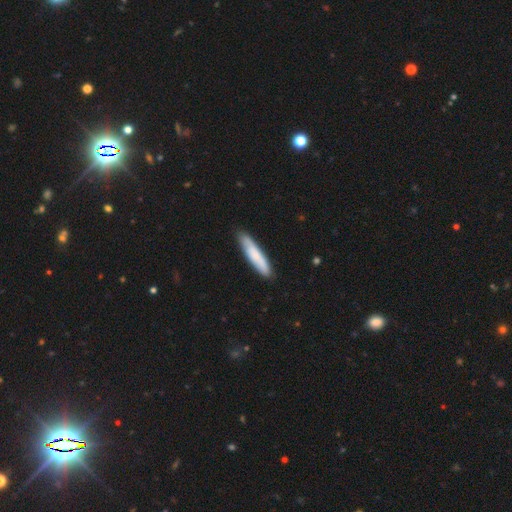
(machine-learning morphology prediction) Smooth or featured?
  - smooth: 74% *
  - featured or disk: 21%
  - star or artifact: 5%
How rounded?
  - cigar-shaped: 86% *
  - in between: 13%
  - round: 1%
Merging?
  - none: 84% *
  - minor disturbance: 13%
  - major disturbance: 2%
  - merger: 1%